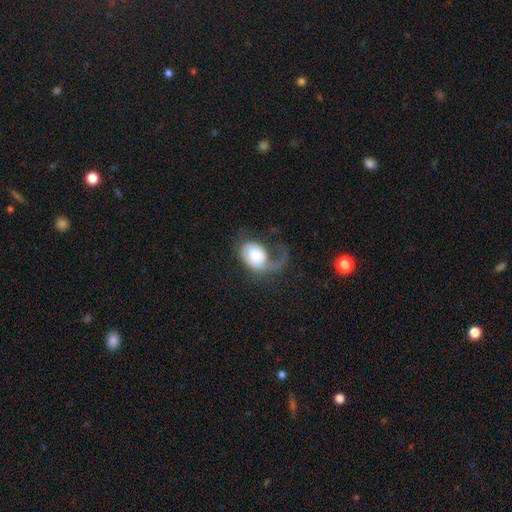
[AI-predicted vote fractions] smooth_or_featured: smooth (p=0.49) [alt: featured or disk p=0.44]
merging: major disturbance (p=0.57) [alt: none p=0.22]